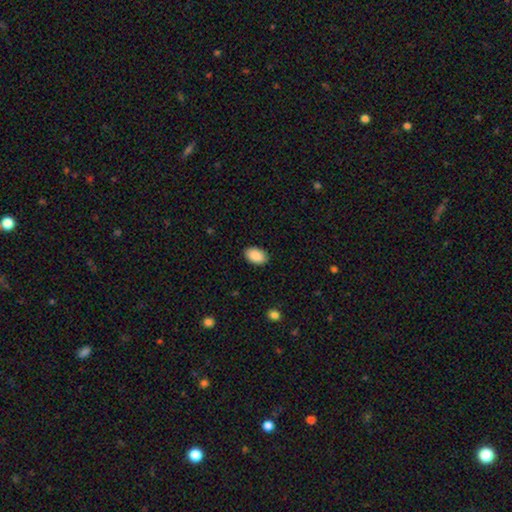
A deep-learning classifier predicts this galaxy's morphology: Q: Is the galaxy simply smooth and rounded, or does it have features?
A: smooth — 91%.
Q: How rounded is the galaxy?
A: in between — 91%.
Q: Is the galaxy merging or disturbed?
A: none — 89%.